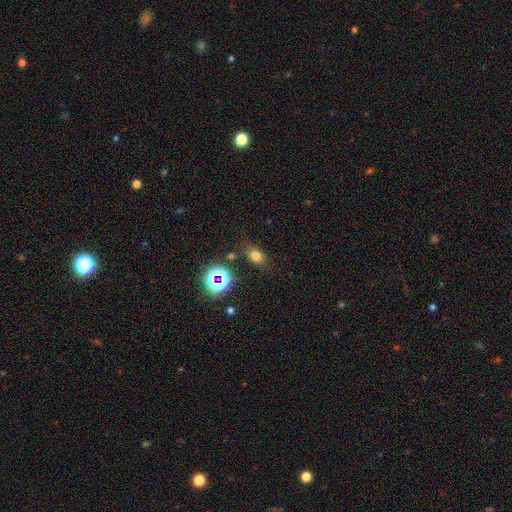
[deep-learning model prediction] smooth 69%, star or artifact 21%, featured or disk 10%. Down the decision tree: how rounded — in between (72%); merging — none (79%).